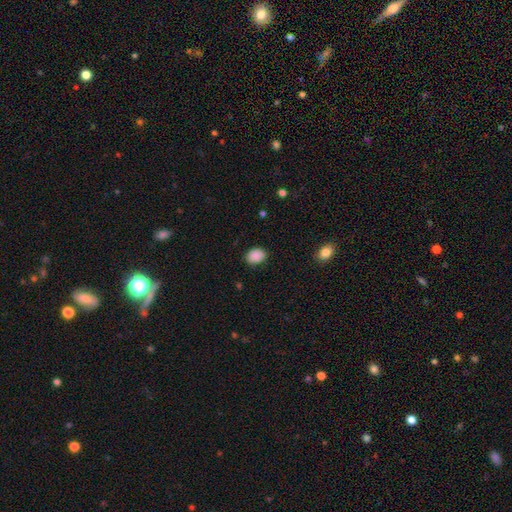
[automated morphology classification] type=smooth (89%); roundness=in between (67%); merging=none (84%).